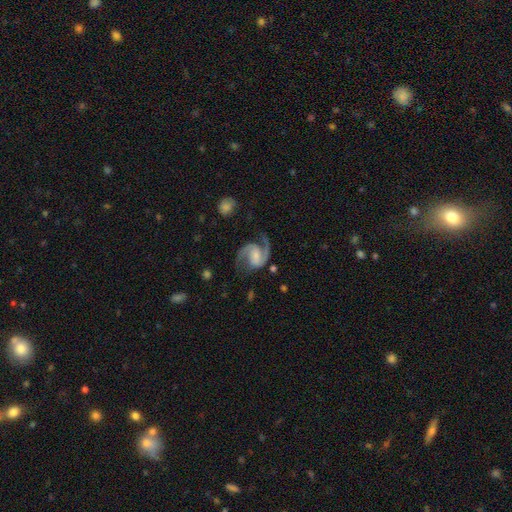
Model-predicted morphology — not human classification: Overall: featured or disk (92%). Edge-on disk: no (98%). Bar: weak (45%; no 32%). Spiral arms: yes (98%). Spiral arm count: 2 (93%). Spiral winding: medium (62%). Bulge size: small (39%; moderate 28%). Merging: none (73%).